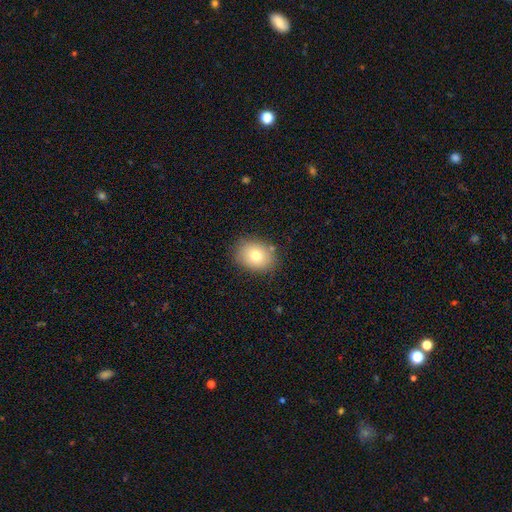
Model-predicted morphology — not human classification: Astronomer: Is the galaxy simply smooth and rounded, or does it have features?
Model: smooth — 76%.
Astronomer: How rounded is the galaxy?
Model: in between — 56% (runner-up: round, 43%).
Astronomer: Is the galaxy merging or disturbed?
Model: none — 82%.